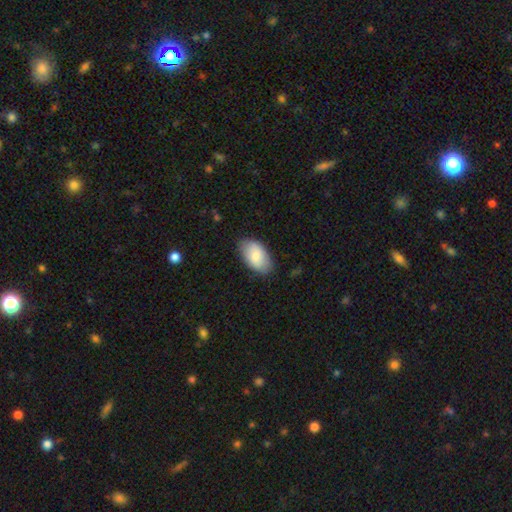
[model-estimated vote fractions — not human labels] This appears to be a smooth galaxy with no disk features (81%) that is in between round and cigar-shaped (95%). Merging: none (81%).